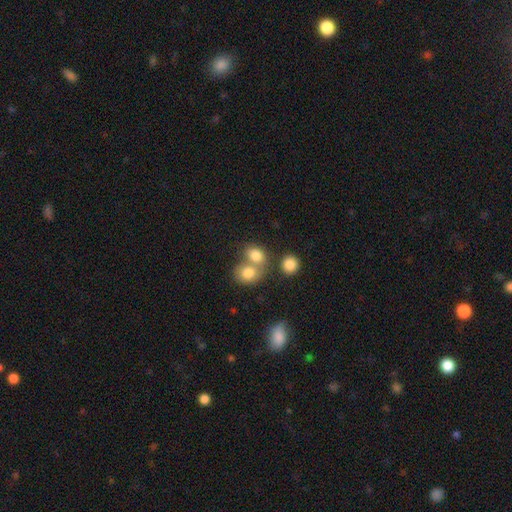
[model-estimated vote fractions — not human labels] Smooth or featured?
  - smooth: 79% *
  - star or artifact: 10%
  - featured or disk: 10%
How rounded?
  - round: 50% *
  - in between: 48%
  - cigar-shaped: 1%
Merging?
  - merger: 53% *
  - none: 35%
  - minor disturbance: 8%
  - major disturbance: 4%